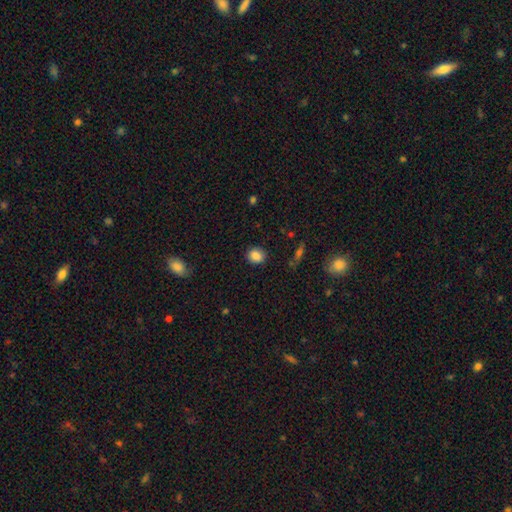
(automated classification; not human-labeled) Overall: smooth (85%). How rounded: round (73%). Merging: none (88%).